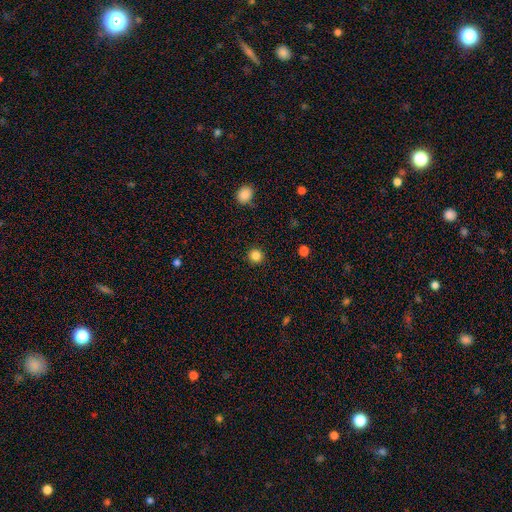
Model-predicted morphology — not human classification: smooth-or-featured: smooth: 85% | star or artifact: 12% | featured or disk: 4%
  how-rounded: round: 95% | in between: 4% | cigar-shaped: 1%
  merging: none: 92% | minor disturbance: 5% | major disturbance: 2% | merger: 1%